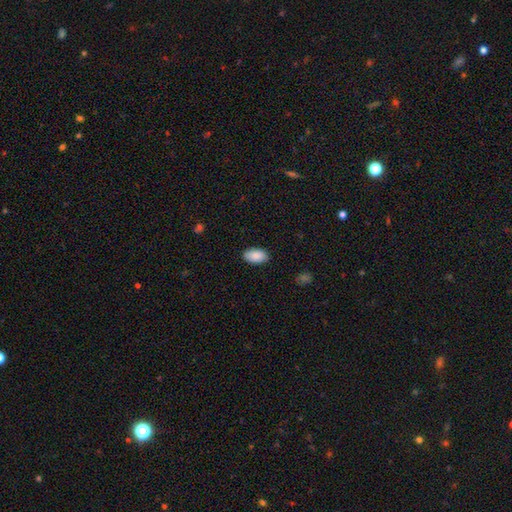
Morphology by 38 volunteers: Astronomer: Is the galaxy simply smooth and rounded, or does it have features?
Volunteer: smooth — 100%.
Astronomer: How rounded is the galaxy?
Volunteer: in between — 95%.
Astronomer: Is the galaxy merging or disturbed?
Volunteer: none — 87%.